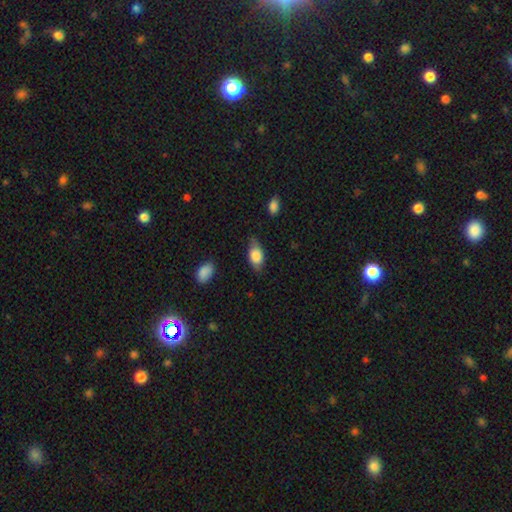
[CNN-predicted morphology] smooth 80%, featured or disk 14%, star or artifact 6%. Down the decision tree: how rounded — in between (90%); merging — none (70%).